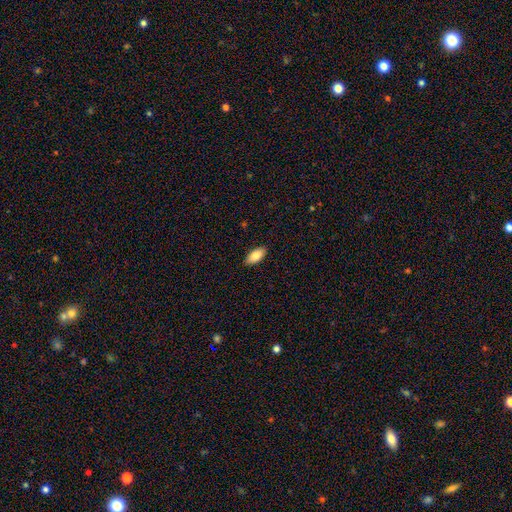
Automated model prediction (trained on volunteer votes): Overall: smooth (85%). How rounded: in between (88%). Merging: none (89%).